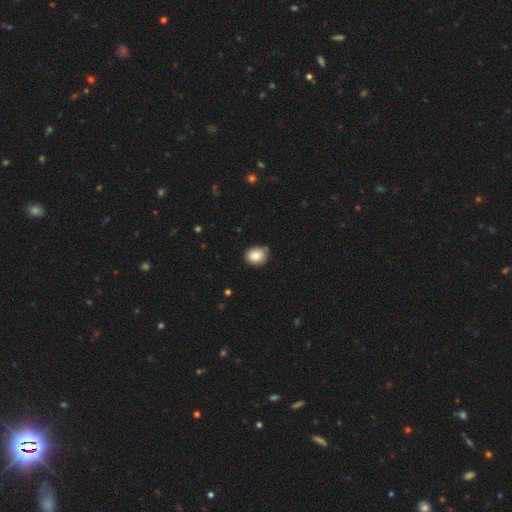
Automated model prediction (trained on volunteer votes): This is clearly a smooth galaxy (85%). How rounded: likely round (65%). Merging: likely none (80%).